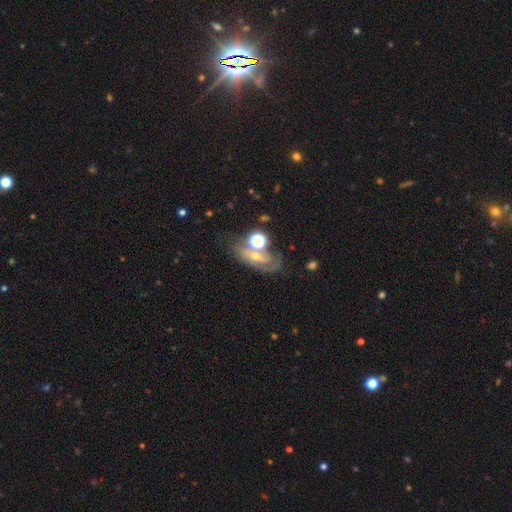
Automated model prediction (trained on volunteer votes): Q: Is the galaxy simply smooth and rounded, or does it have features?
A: featured or disk — 44%.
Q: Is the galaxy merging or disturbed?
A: none — 49%.